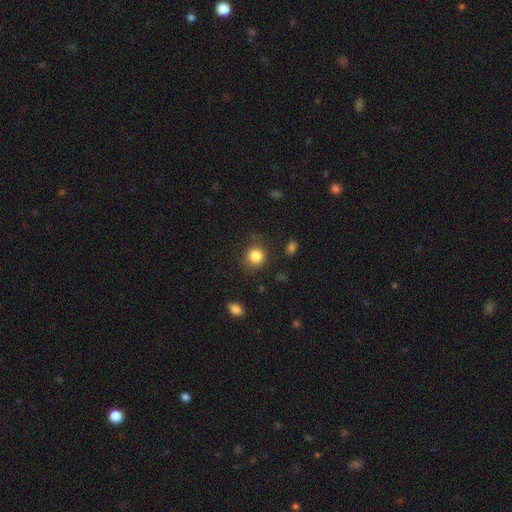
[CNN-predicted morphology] Overall: smooth (84%). How rounded: round (87%). Merging: none (81%).